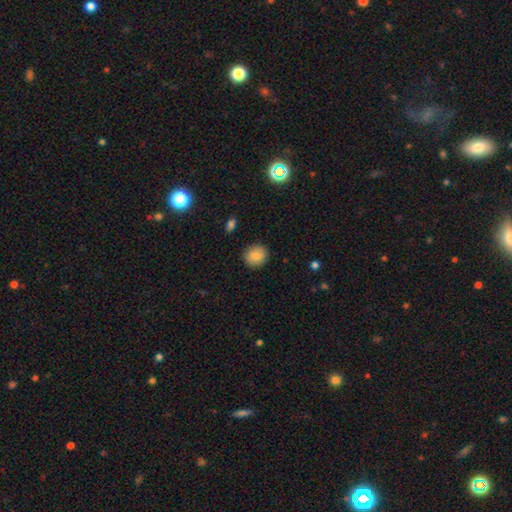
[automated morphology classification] Smooth or featured? smooth (85%)
How rounded? round (86%)
Merging? none (89%)